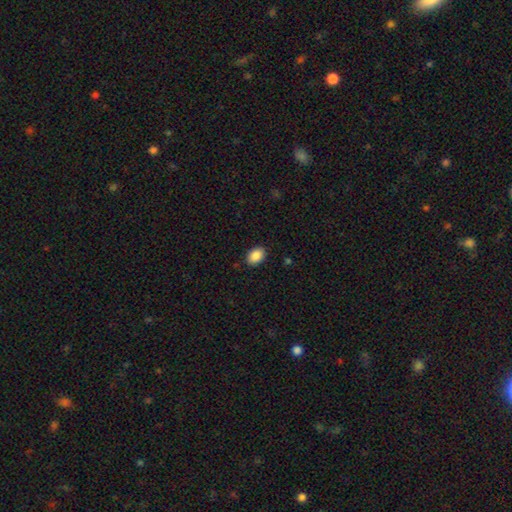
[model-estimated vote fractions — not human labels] Smooth or featured? smooth (89%)
How rounded? in between (80%)
Merging? none (89%)